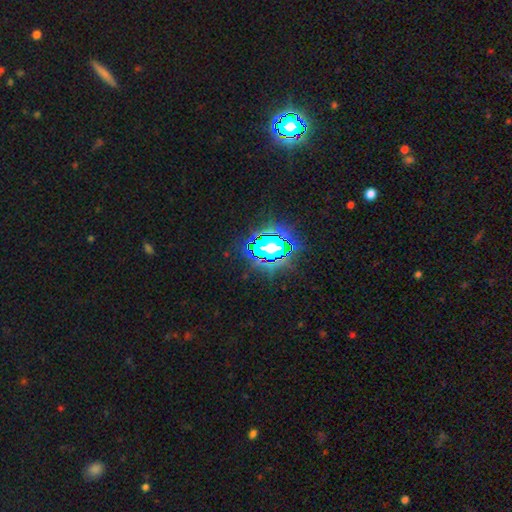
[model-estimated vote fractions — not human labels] This is clearly a star or artifact rather than a galaxy (81%).